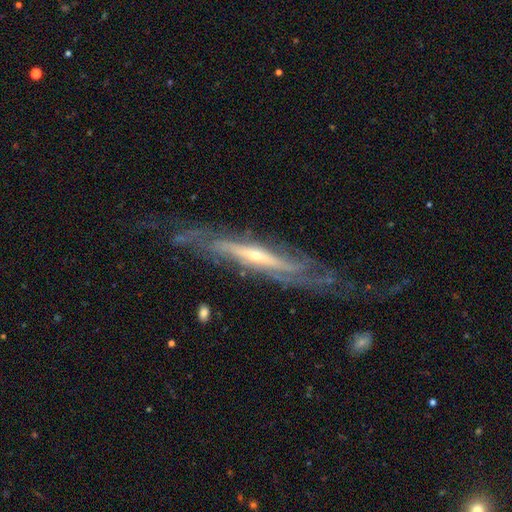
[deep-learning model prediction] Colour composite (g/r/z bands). It shows a featured or disk galaxy (85%) viewed edge-on (60%) with a rounded central bulge (64%). Merging: none (65%).